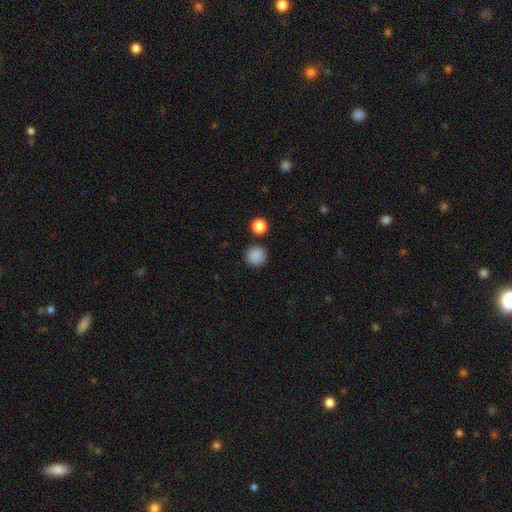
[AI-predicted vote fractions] Overall: smooth (87%). How rounded: round (94%). Merging: none (88%).